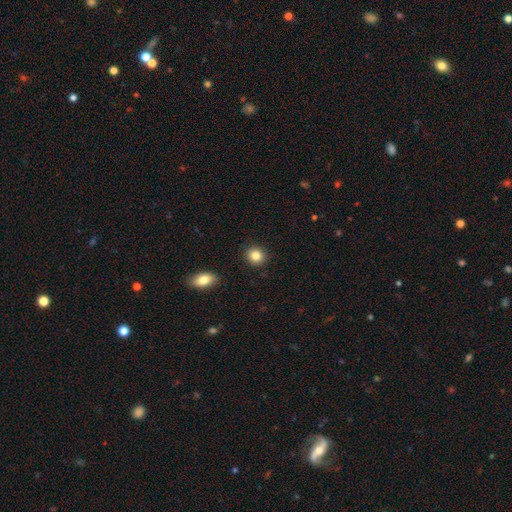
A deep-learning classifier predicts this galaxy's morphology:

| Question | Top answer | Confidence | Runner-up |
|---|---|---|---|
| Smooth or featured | smooth | 85% | star or artifact (9%) |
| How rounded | round | 80% | in between (19%) |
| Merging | none | 91% | minor disturbance (6%) |